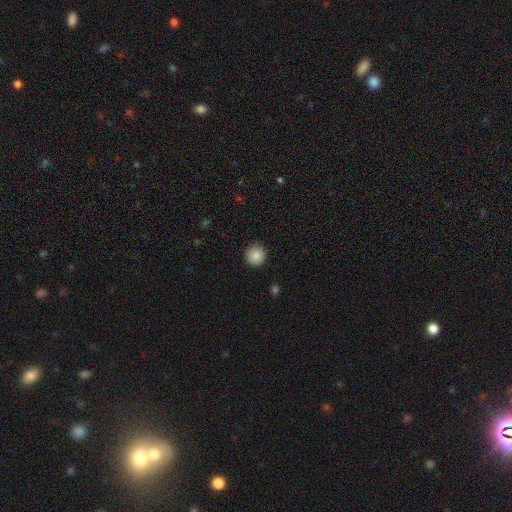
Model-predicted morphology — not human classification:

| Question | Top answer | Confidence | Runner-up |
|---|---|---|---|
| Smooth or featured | smooth | 87% | star or artifact (9%) |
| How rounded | round | 95% | in between (4%) |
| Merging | none | 90% | minor disturbance (7%) |